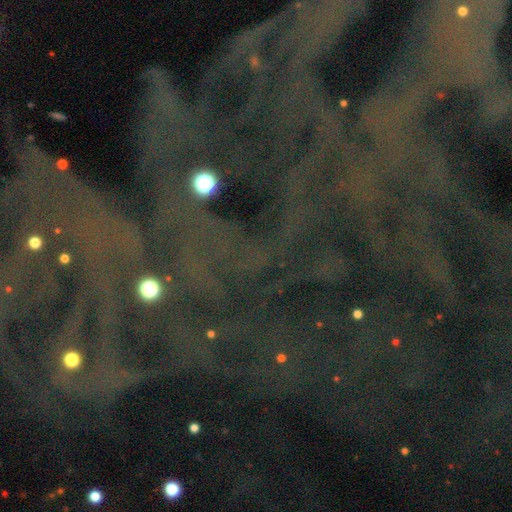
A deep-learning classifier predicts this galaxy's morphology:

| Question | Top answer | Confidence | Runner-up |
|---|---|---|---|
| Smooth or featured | star or artifact | 84% | featured or disk (9%) |